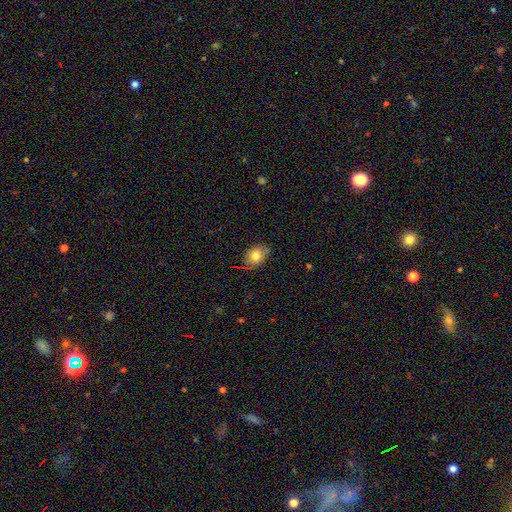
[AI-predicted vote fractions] A smooth galaxy with no disk features (79%) that is in between round and cigar-shaped (68%).

Vote fractions:
- Smooth or featured? smooth: 79% / featured or disk: 12% / star or artifact: 9%
- How rounded? in between: 68% / round: 31% / cigar-shaped: 1%
- Merging? none: 76% / minor disturbance: 19% / major disturbance: 3% / merger: 1%